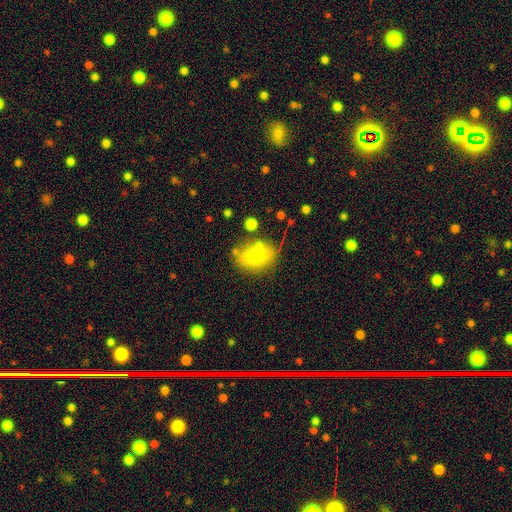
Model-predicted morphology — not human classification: The model was most divided on "smooth or featured": smooth: 69%, featured or disk: 21%, star or artifact: 9%. More confident: how rounded — in between (73%); merging — none (71%).